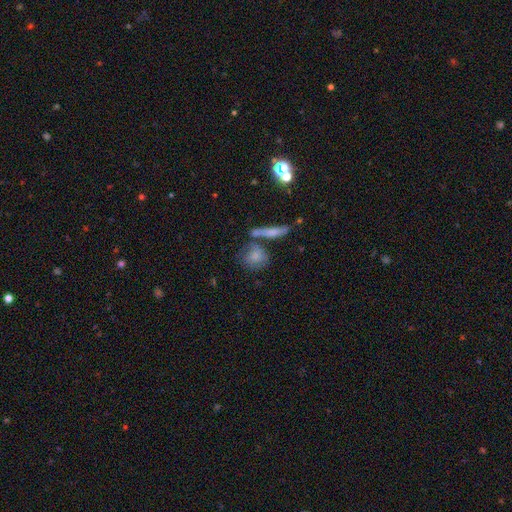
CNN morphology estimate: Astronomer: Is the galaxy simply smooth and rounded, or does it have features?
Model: smooth — 73%.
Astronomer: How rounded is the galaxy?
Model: round — 61%.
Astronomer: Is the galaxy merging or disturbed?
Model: none — 53%.